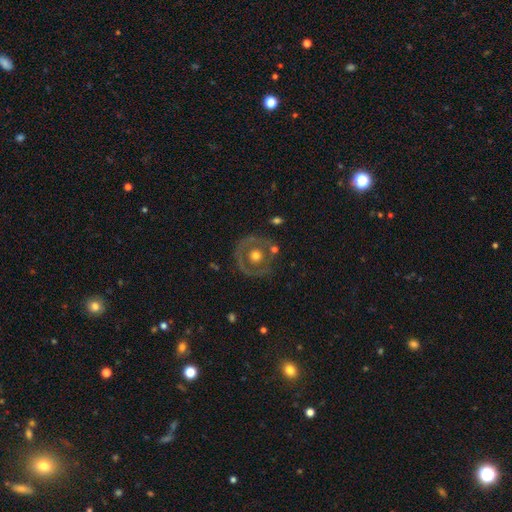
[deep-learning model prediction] This appears to be a featured or disk galaxy (54%) with no bar (92%), no spiral arms (87%) and a moderate central bulge (70%). Merging: none (76%).